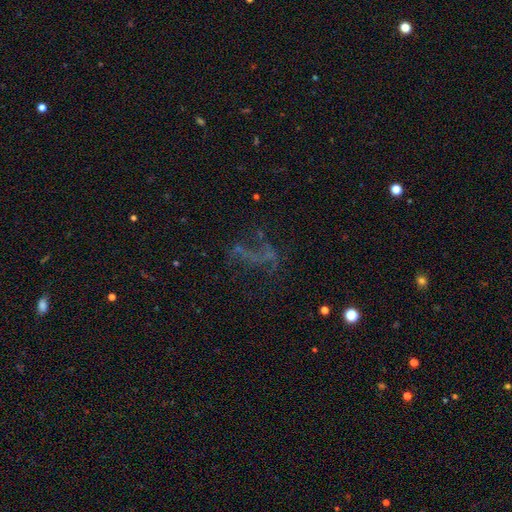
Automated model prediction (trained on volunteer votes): Overall: featured or disk (40%; star or artifact 38%). Merging: none (45%; major disturbance 34%).